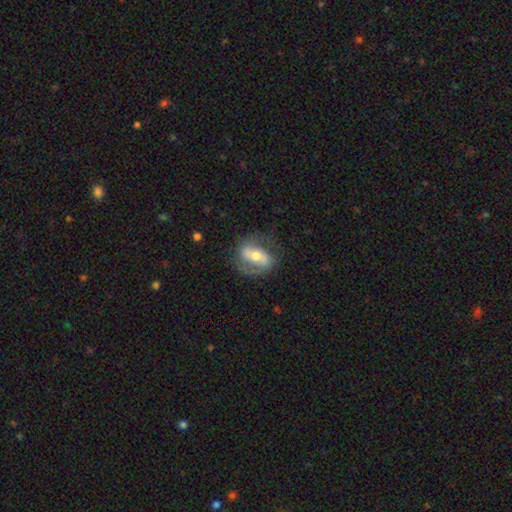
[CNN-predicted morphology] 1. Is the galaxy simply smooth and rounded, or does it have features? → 68% featured or disk, 26% smooth, 6% star or artifact.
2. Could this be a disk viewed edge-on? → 93% no, 7% yes.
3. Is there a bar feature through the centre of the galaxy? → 45% strong, 30% weak, 25% no.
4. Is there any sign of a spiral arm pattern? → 74% yes, 26% no.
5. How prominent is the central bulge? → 67% moderate, 23% small, 8% large, 1% none, 1% dominant.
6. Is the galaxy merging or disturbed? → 65% none, 20% minor disturbance, 14% major disturbance, 2% merger.